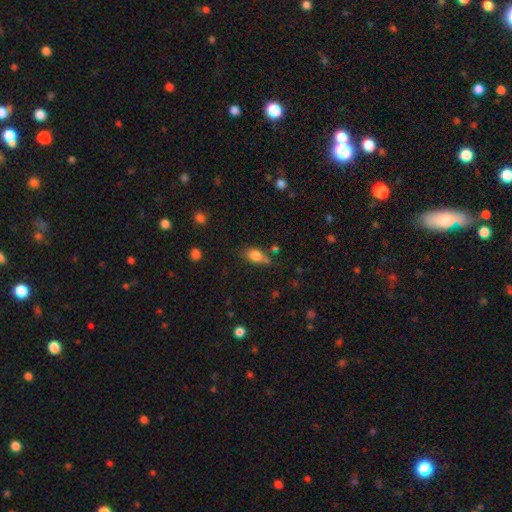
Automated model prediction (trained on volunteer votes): Smooth or featured?
  - smooth: 81% *
  - featured or disk: 10%
  - star or artifact: 10%
How rounded?
  - in between: 76% *
  - round: 20%
  - cigar-shaped: 4%
Merging?
  - none: 54% *
  - minor disturbance: 26%
  - merger: 12%
  - major disturbance: 8%